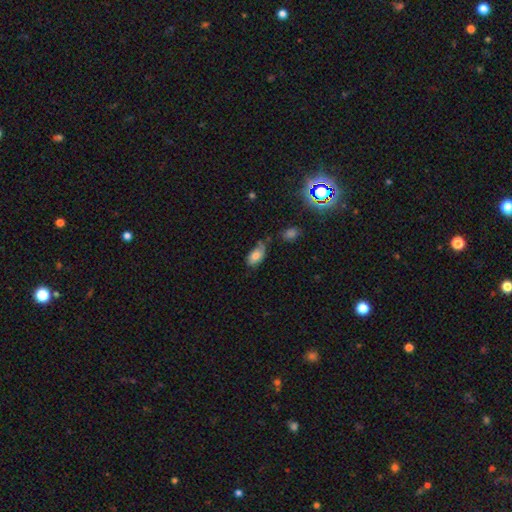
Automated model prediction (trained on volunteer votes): Smooth or featured?
  - smooth: 78% *
  - featured or disk: 13%
  - star or artifact: 8%
How rounded?
  - in between: 92% *
  - round: 4%
  - cigar-shaped: 3%
Merging?
  - none: 49% *
  - minor disturbance: 34%
  - major disturbance: 10%
  - merger: 7%